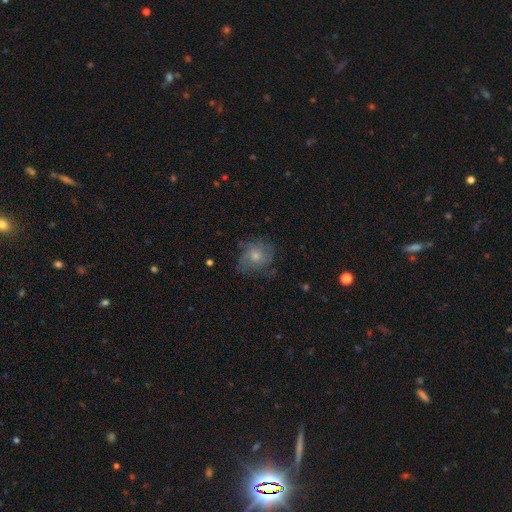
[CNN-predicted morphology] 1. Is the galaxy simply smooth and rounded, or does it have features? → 47% smooth, 43% featured or disk, 10% star or artifact.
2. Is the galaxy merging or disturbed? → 61% none, 23% minor disturbance, 15% major disturbance, 2% merger.